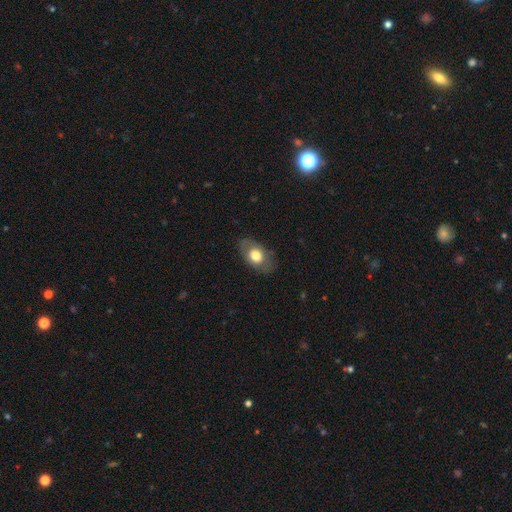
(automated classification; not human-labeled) Smooth or featured?
  - smooth: 66% *
  - featured or disk: 27%
  - star or artifact: 7%
How rounded?
  - in between: 86% *
  - round: 12%
  - cigar-shaped: 2%
Merging?
  - none: 79% *
  - minor disturbance: 15%
  - major disturbance: 5%
  - merger: 1%